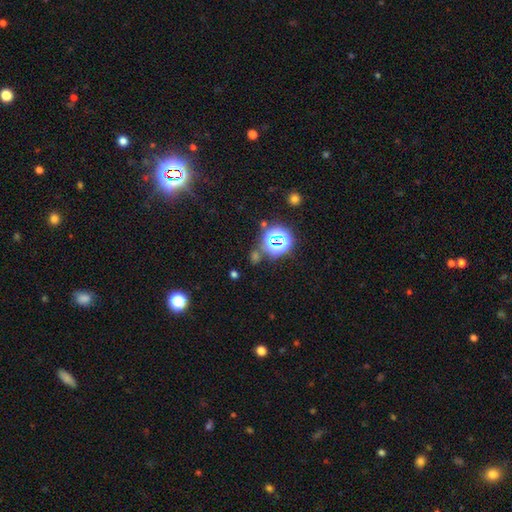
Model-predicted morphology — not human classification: A star or artifact, not a galaxy (67%).

Vote fractions:
- Smooth or featured? star or artifact: 67% / smooth: 25% / featured or disk: 8%